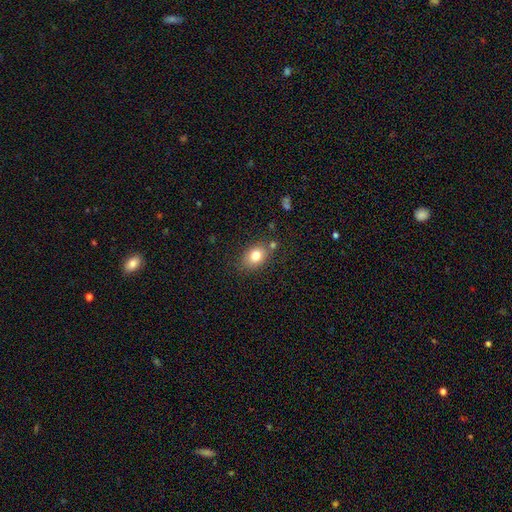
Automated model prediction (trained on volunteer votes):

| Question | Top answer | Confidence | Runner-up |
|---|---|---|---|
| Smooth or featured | smooth | 78% | featured or disk (12%) |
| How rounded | in between | 69% | round (30%) |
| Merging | none | 73% | minor disturbance (15%) |